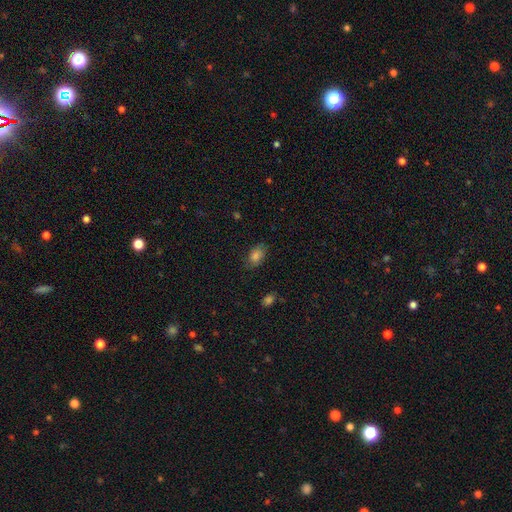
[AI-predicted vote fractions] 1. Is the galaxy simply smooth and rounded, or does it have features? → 75% smooth, 13% star or artifact, 12% featured or disk.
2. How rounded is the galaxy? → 85% in between, 13% round, 2% cigar-shaped.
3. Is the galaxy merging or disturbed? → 78% none, 16% minor disturbance, 4% major disturbance, 1% merger.